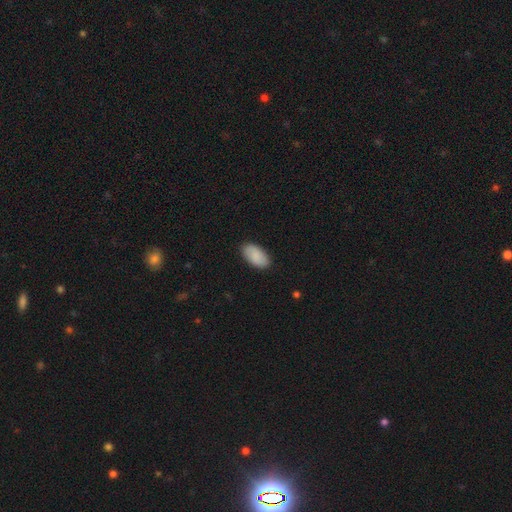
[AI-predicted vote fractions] Smooth or featured? smooth (88%)
How rounded? in between (95%)
Merging? none (87%)